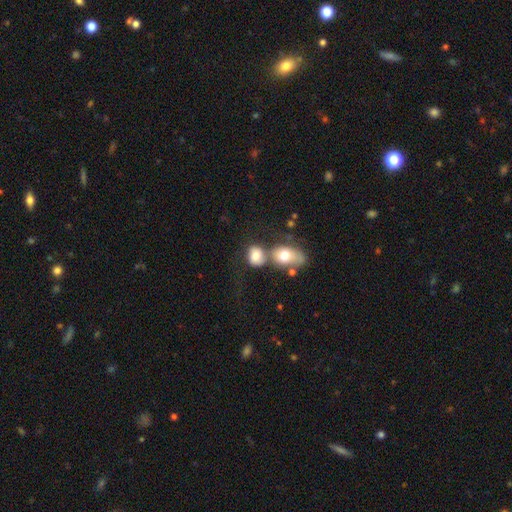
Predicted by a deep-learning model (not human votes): A smooth galaxy with no disk features (76%) that is in between round and cigar-shaped (56%).

Vote fractions:
- Smooth or featured? smooth: 76% / featured or disk: 16% / star or artifact: 8%
- How rounded? in between: 56% / round: 42% / cigar-shaped: 2%
- Merging? merger: 54% / none: 28% / minor disturbance: 11% / major disturbance: 8%